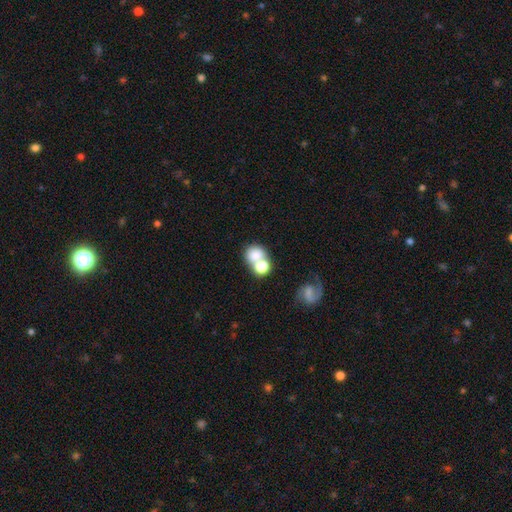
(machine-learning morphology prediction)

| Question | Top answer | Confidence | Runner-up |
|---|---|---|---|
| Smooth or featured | smooth | 73% | featured or disk (16%) |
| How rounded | round | 69% | in between (30%) |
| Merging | merger | 52% | none (34%) |